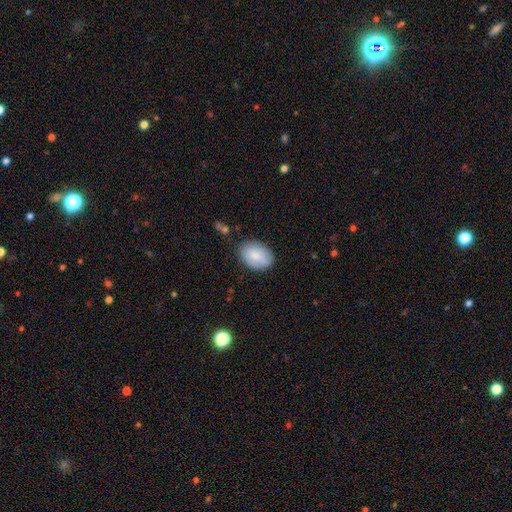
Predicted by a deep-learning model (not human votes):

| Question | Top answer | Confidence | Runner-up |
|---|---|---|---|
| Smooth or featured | smooth | 84% | featured or disk (10%) |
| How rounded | in between | 86% | round (13%) |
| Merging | none | 81% | minor disturbance (14%) |